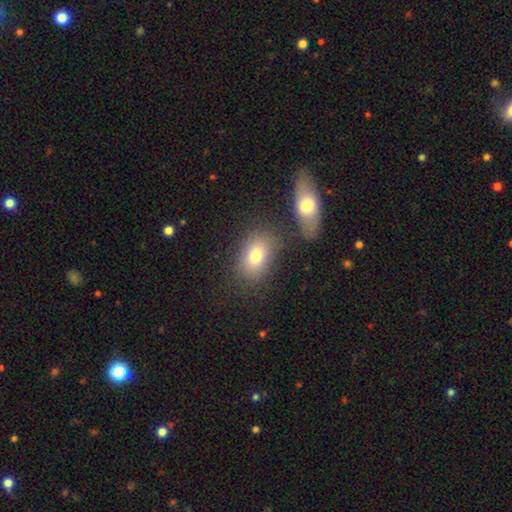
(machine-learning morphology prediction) Smooth or featured: smooth — 76% (featured or disk — 13%)
How rounded: in between — 77% (round — 22%)
Merging: none — 72% (minor disturbance — 12%)